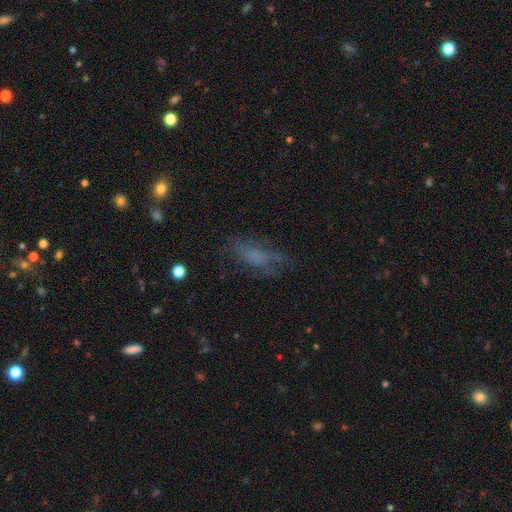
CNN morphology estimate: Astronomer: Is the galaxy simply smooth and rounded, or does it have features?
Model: smooth — 51% (runner-up: featured or disk, 31%).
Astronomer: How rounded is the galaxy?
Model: in between — 68%.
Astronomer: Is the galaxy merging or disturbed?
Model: none — 52%.